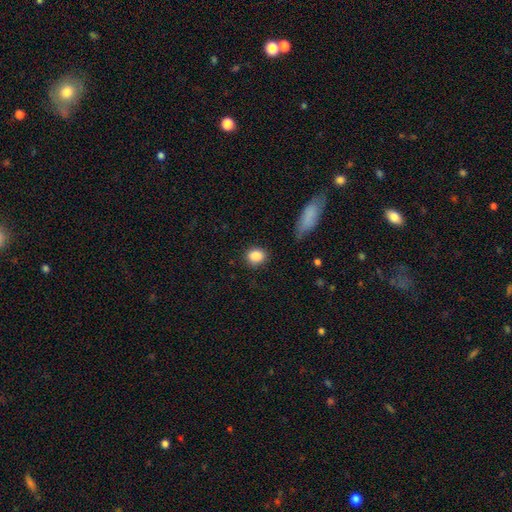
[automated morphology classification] This is clearly a smooth galaxy (87%). How rounded: likely round (66%). Merging: clearly none (85%).